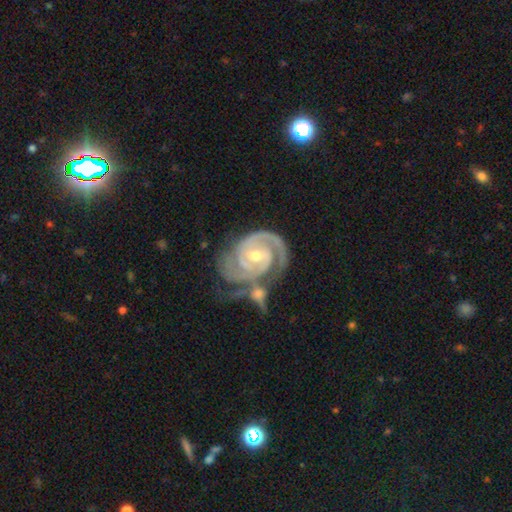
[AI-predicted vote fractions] Q: Smooth or featured?
A: featured or disk (93%); runner-up: star or artifact (4%)
Q: Edge-on disk?
A: no (98%); runner-up: yes (2%)
Q: Bar?
A: weak (46%); runner-up: no (35%)
Q: Spiral arms?
A: yes (98%); runner-up: no (2%)
Q: Spiral winding?
A: tight (72%); runner-up: medium (24%)
Q: Spiral arm count?
A: 2 (61%); runner-up: 3 (21%)
Q: Bulge size?
A: moderate (50%); runner-up: small (47%)
Q: Merging?
A: none (41%); runner-up: merger (30%)